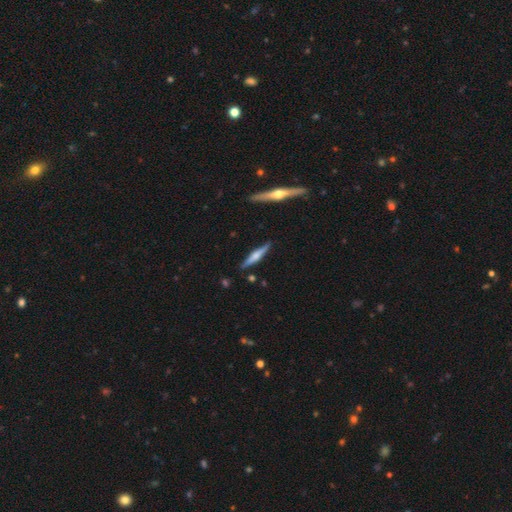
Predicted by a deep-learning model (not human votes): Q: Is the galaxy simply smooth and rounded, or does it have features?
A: featured or disk — 63%.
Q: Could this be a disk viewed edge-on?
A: yes — 97%.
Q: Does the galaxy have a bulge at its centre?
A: rounded — 82%.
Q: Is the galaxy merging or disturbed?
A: none — 87%.